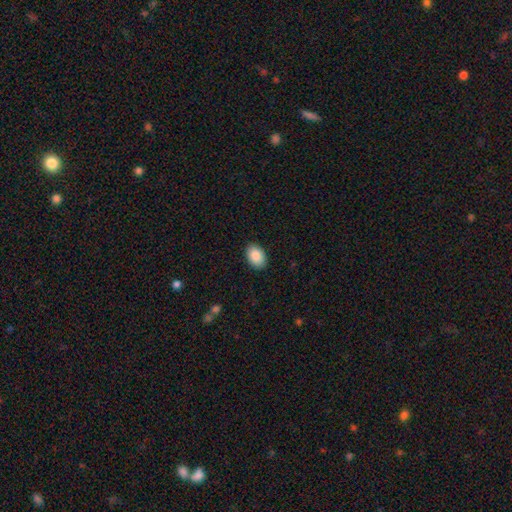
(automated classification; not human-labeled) Q: Smooth or featured?
A: smooth (89%); runner-up: star or artifact (7%)
Q: How rounded?
A: in between (88%); runner-up: round (11%)
Q: Merging?
A: none (90%); runner-up: minor disturbance (8%)